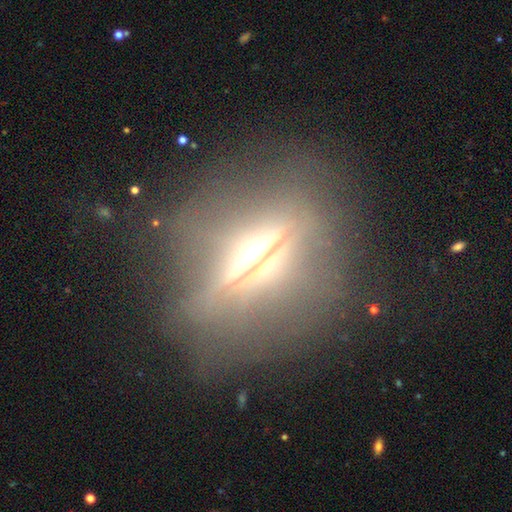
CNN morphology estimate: smooth-or-featured: featured or disk: 71% | star or artifact: 15% | smooth: 13%
  disk-edge-on: yes: 86% | no: 14%
    edge-on-bulge: rounded: 89% | boxy: 6% | none: 5%
  merging: none: 74% | minor disturbance: 13% | major disturbance: 11% | merger: 2%